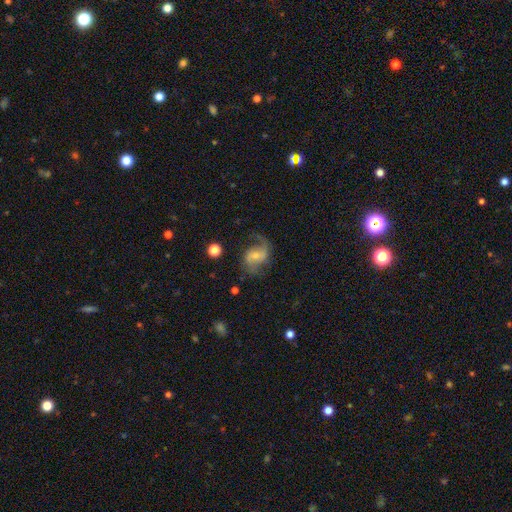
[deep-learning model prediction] Smooth or featured: featured or disk — 80% (smooth — 13%)
Edge-on disk: no — 97% (yes — 3%)
Bar: weak — 50% (no — 32%)
Spiral arms: yes — 94% (no — 6%)
Spiral winding: loose — 58% (medium — 35%)
Spiral arm count: 2 — 82% (1 — 11%)
Bulge size: small — 51% (moderate — 38%)
Merging: none — 63% (minor disturbance — 19%)